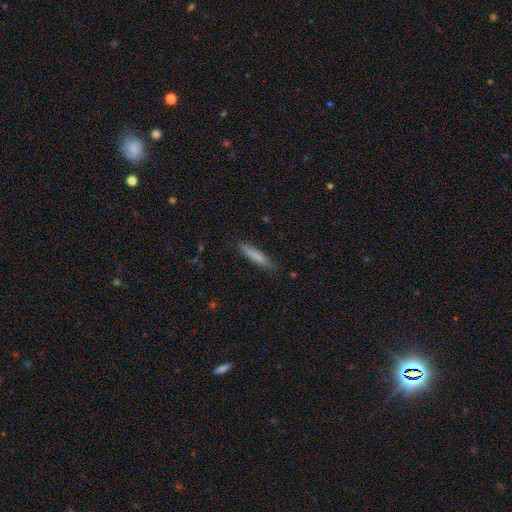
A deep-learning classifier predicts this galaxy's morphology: type=smooth (78%); roundness=cigar-shaped (90%); merging=none (83%).